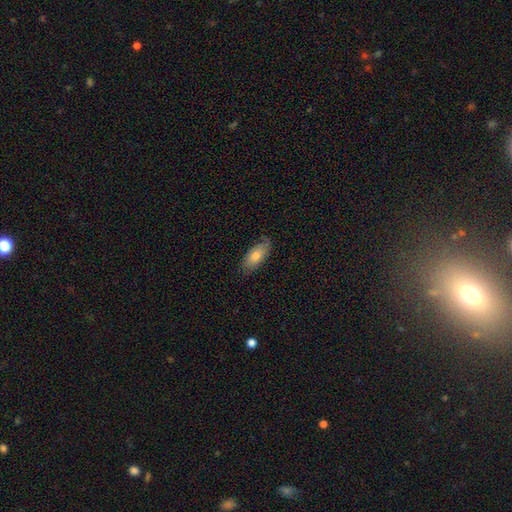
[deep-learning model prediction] This is likely a smooth galaxy (71%). How rounded: clearly in between (83%). Merging: likely none (76%).